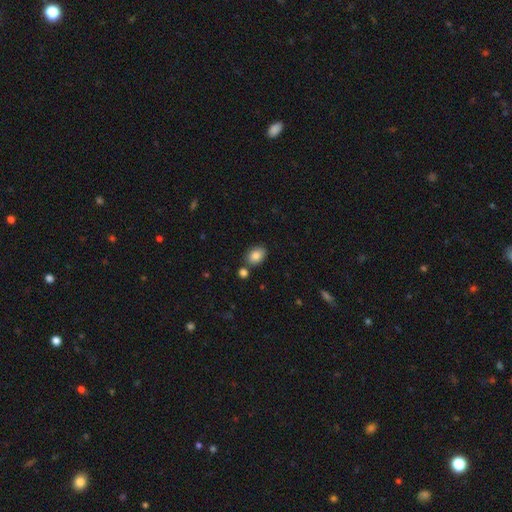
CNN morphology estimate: A smooth galaxy with no disk features (85%) that is in between round and cigar-shaped (77%). Merging: none (76%).